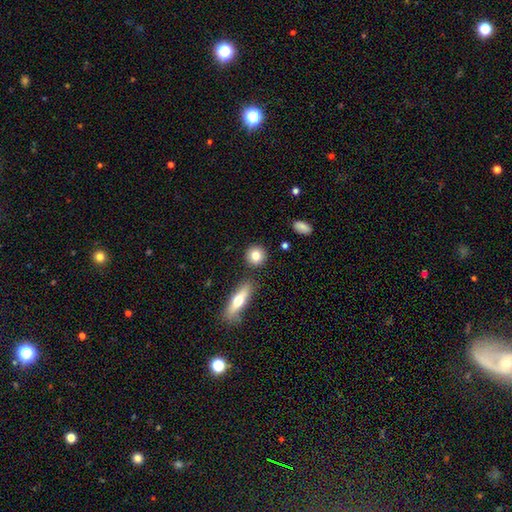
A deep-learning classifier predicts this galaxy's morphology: Smooth or featured?
  - smooth: 80% *
  - featured or disk: 12%
  - star or artifact: 8%
How rounded?
  - round: 87% *
  - in between: 11%
  - cigar-shaped: 2%
Merging?
  - none: 85% *
  - minor disturbance: 7%
  - merger: 5%
  - major disturbance: 2%